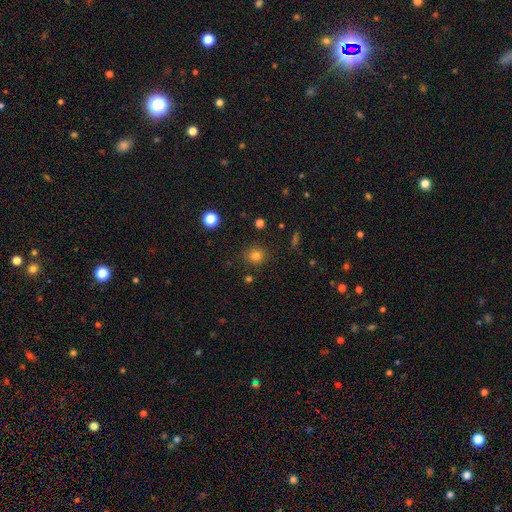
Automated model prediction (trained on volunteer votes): A smooth galaxy with no disk features (80%) that is round (85%). Merging: none (88%).